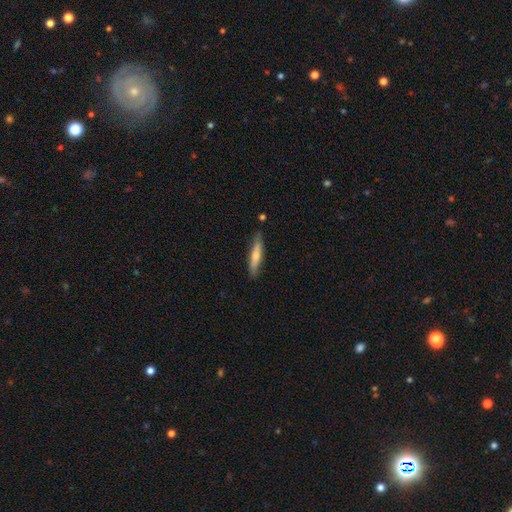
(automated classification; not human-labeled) A smooth galaxy with no disk features (58%) that is cigar-shaped (86%).

Vote fractions:
- Smooth or featured? smooth: 58% / featured or disk: 36% / star or artifact: 6%
- How rounded? cigar-shaped: 86% / in between: 12% / round: 2%
- Merging? none: 81% / minor disturbance: 15% / major disturbance: 2% / merger: 2%